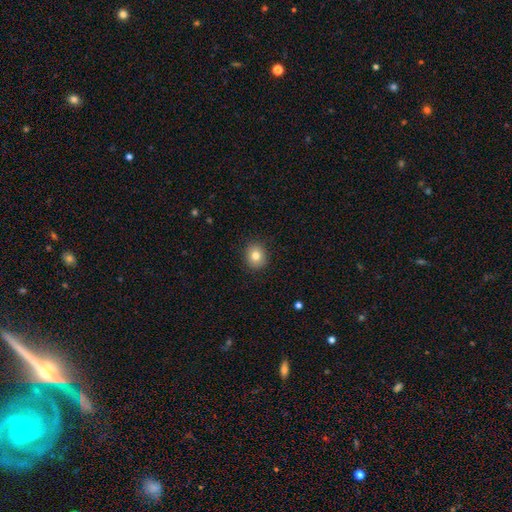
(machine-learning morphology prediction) Smooth or featured? Predicted: smooth (p=0.81). How rounded? Predicted: round (p=0.78). Merging? Predicted: none (p=0.90).